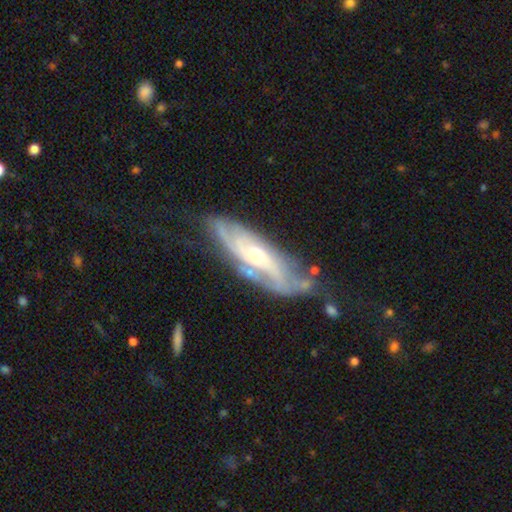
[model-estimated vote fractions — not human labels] smooth_or_featured: featured or disk (p=0.80) [alt: smooth p=0.14]
disk_edge_on: no (p=0.80) [alt: yes p=0.20]
bar: no (p=0.59) [alt: weak p=0.32]
has_spiral_arms: yes (p=0.91) [alt: no p=0.09]
spiral_winding: tight (p=0.47) [alt: medium p=0.38]
spiral_arm_count: can't tell (p=0.39) [alt: 2 p=0.38]
bulge_size: moderate (p=0.54) [alt: small p=0.39]
merging: none (p=0.61) [alt: minor disturbance p=0.25]